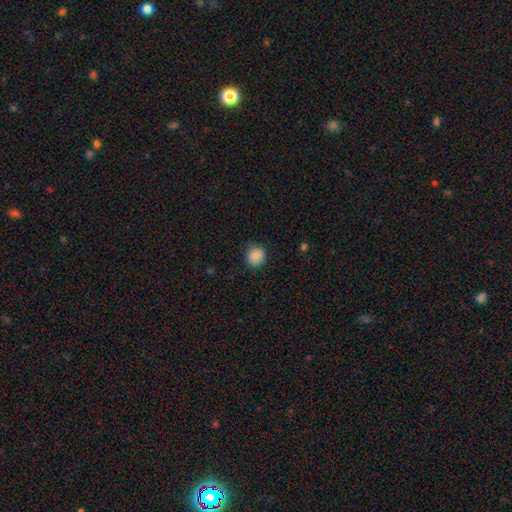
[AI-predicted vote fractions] smooth-or-featured: smooth: 86% | star or artifact: 9% | featured or disk: 5%
  how-rounded: round: 88% | in between: 12% | cigar-shaped: 1%
  merging: none: 84% | minor disturbance: 12% | major disturbance: 3% | merger: 1%